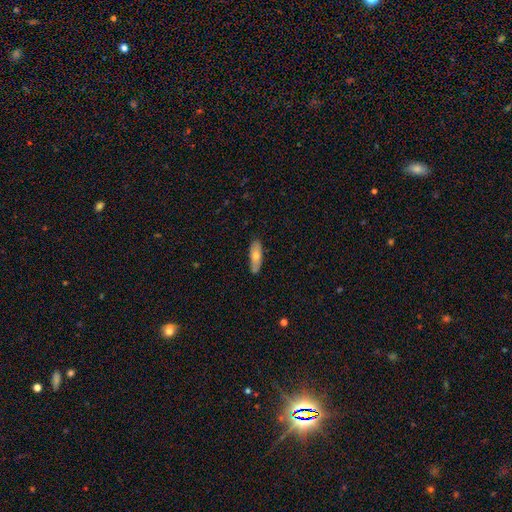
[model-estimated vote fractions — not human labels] smooth-or-featured: smooth: 66% | featured or disk: 28% | star or artifact: 6%
  how-rounded: in between: 52% | cigar-shaped: 46% | round: 2%
  merging: none: 84% | minor disturbance: 13% | major disturbance: 2% | merger: 1%